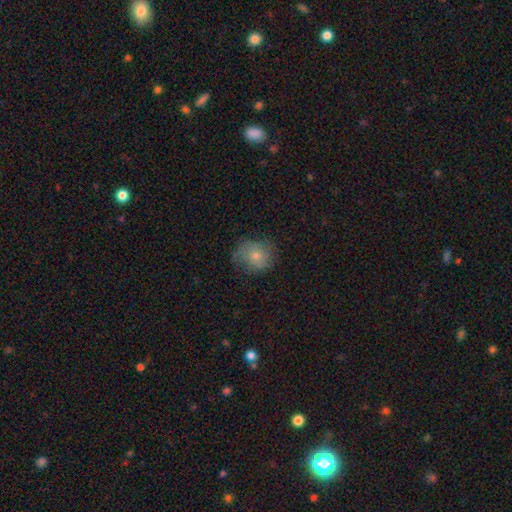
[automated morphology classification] Q: Smooth or featured?
A: smooth (66%); runner-up: featured or disk (24%)
Q: How rounded?
A: round (73%); runner-up: in between (26%)
Q: Merging?
A: none (61%); runner-up: minor disturbance (26%)